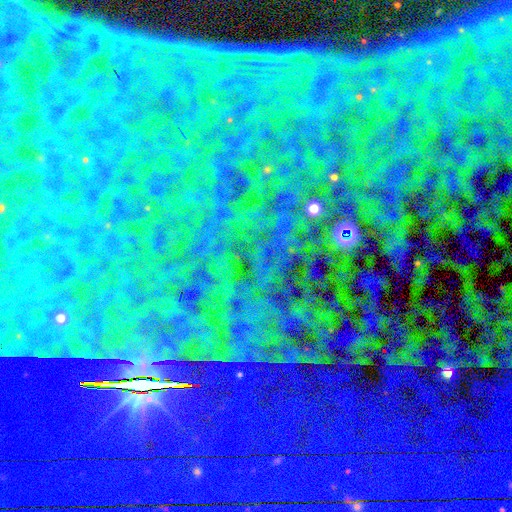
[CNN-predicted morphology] Smooth or featured? Predicted: star or artifact (p=0.85).